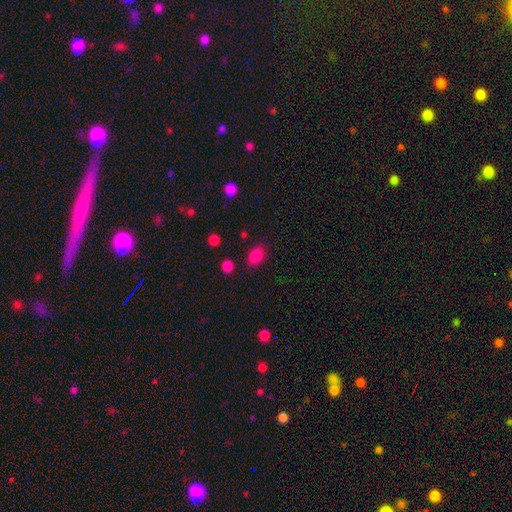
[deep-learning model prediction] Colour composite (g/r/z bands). It shows a smooth galaxy with no disk features (85%) that is in between round and cigar-shaped (81%). Merging: none (82%).